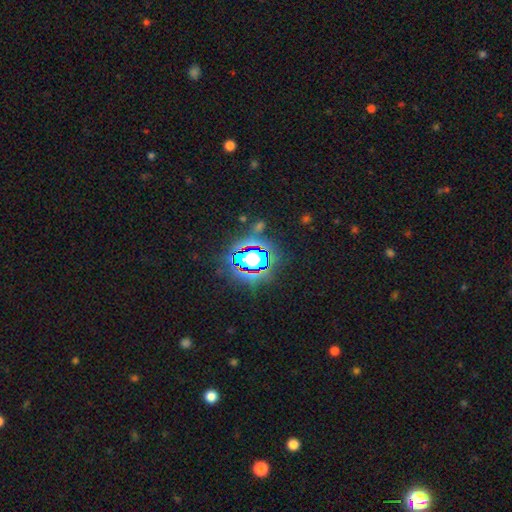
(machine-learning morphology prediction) smooth_or_featured: star or artifact (p=0.84) [alt: smooth p=0.09]